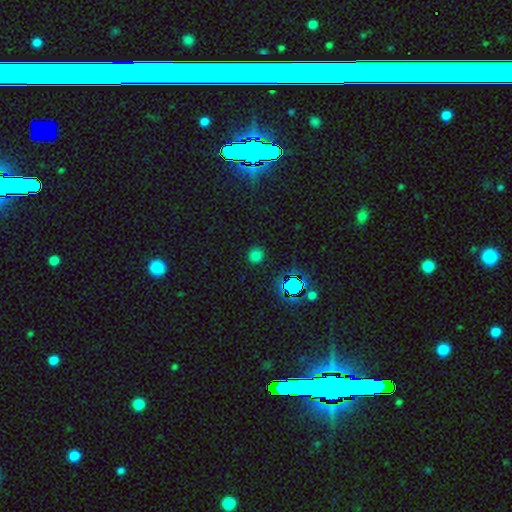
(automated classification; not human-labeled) The model was most divided on "smooth or featured": smooth: 72%, star or artifact: 23%, featured or disk: 5%. More confident: how rounded — round (93%); merging — none (90%).